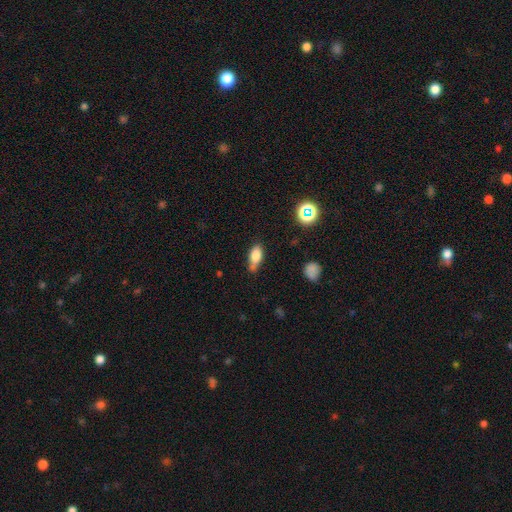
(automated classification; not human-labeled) Smooth or featured: smooth — 79% (featured or disk — 11%)
How rounded: in between — 83% (cigar-shaped — 11%)
Merging: none — 54% (minor disturbance — 29%)